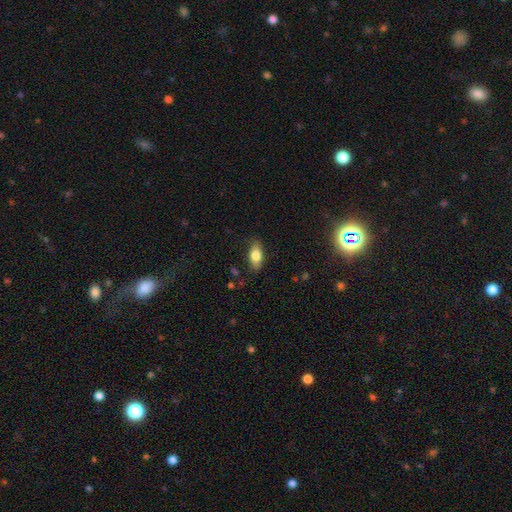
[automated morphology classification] Smooth or featured? Predicted: smooth (p=0.74). How rounded? Predicted: in between (p=0.84). Merging? Predicted: none (p=0.83).